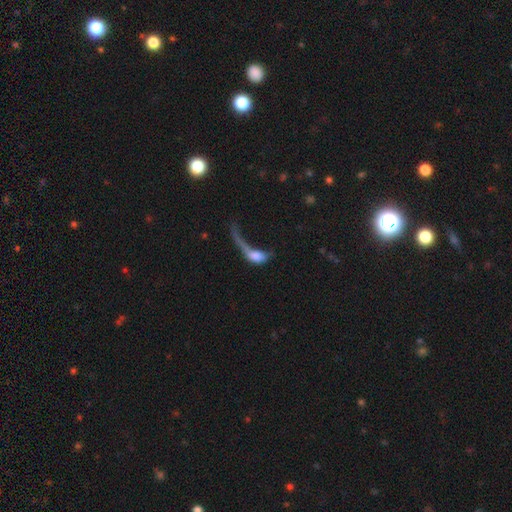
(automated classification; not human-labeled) Morphology: type=smooth (55%); roundness=in between (67%); merging=major disturbance (64%).